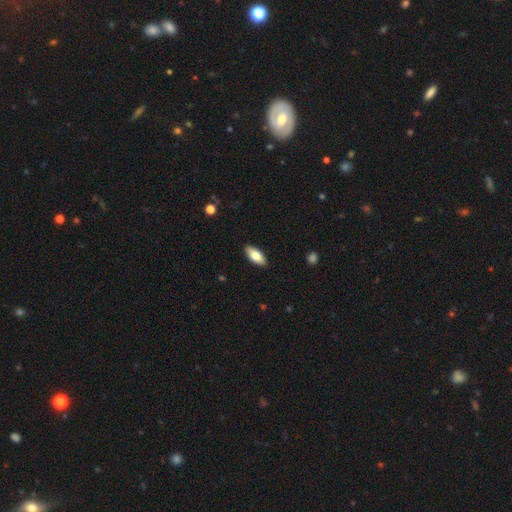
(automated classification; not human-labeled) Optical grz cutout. It shows a smooth galaxy with no disk features (78%) that is in between round and cigar-shaped (86%). Merging: none (90%).